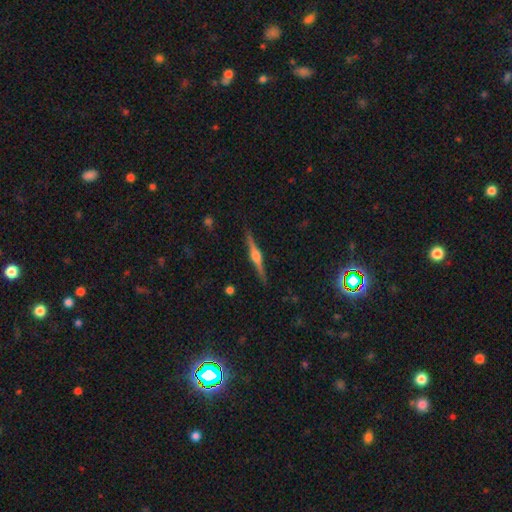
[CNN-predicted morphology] Q: Smooth or featured?
A: featured or disk (81%); runner-up: smooth (12%)
Q: Edge-on disk?
A: yes (98%); runner-up: no (2%)
Q: Edge-on bulge?
A: rounded (90%); runner-up: boxy (8%)
Q: Merging?
A: none (90%); runner-up: minor disturbance (7%)